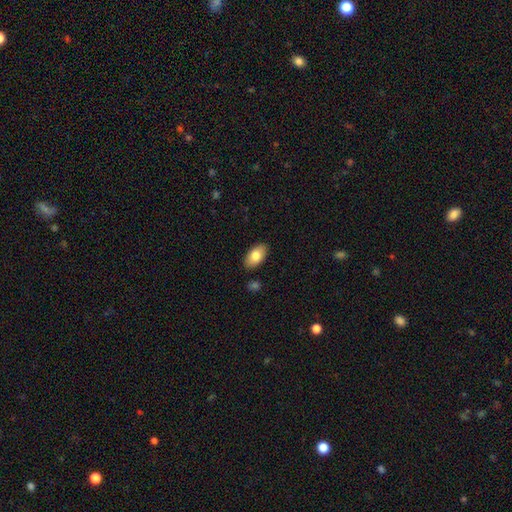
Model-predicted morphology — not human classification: smooth 80%, featured or disk 14%, star or artifact 6%. Down the decision tree: how rounded — in between (94%); merging — none (88%).